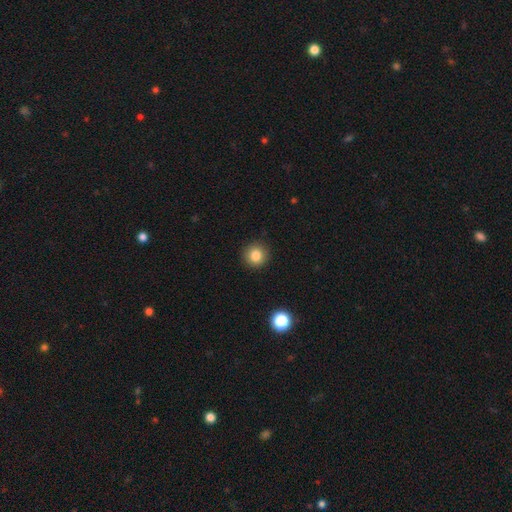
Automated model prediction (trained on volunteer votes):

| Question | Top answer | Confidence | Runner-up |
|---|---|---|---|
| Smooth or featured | smooth | 83% | star or artifact (11%) |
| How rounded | round | 93% | in between (6%) |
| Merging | none | 91% | minor disturbance (6%) |